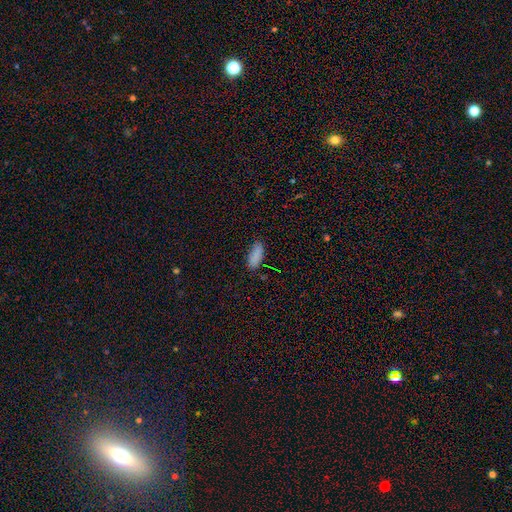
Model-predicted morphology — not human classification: This is clearly a smooth galaxy (86%). How rounded: clearly in between (80%). Merging: clearly none (81%).